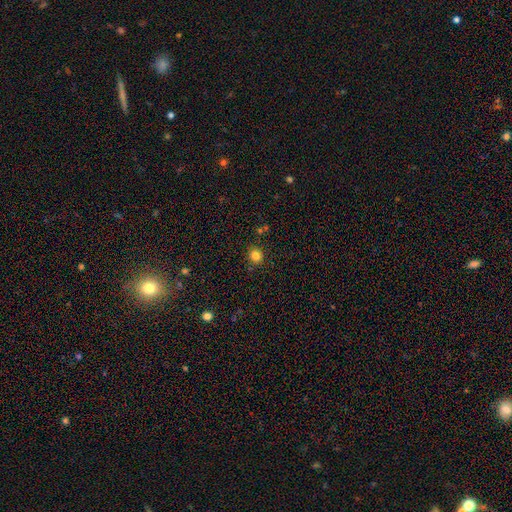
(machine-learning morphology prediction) Smooth or featured: smooth — 82% (star or artifact — 13%)
How rounded: round — 86% (in between — 14%)
Merging: none — 89% (minor disturbance — 7%)